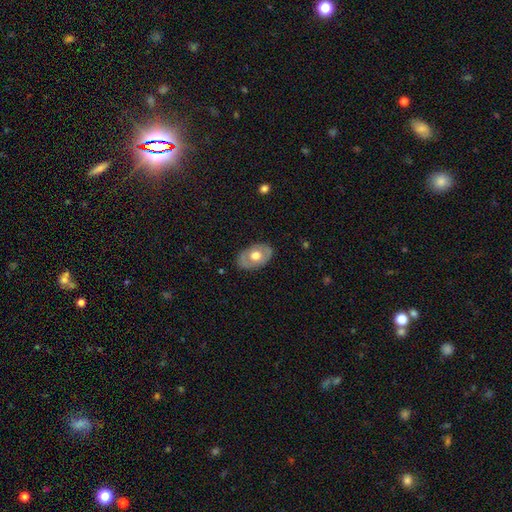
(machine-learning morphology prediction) type=featured or disk (47%, tied with smooth); merging=none (81%).